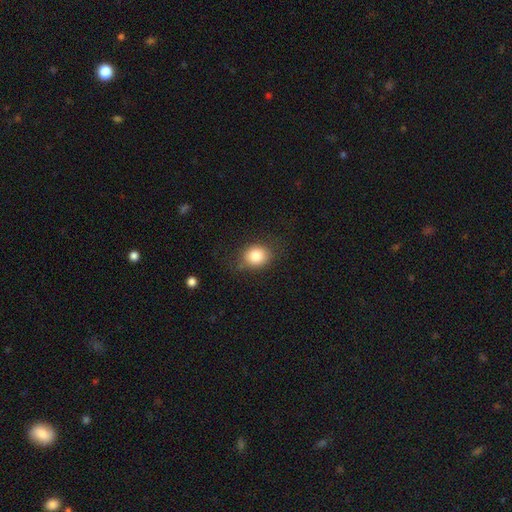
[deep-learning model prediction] This appears to be a smooth galaxy with no disk features (83%) that is round (65%). Merging: none (78%).